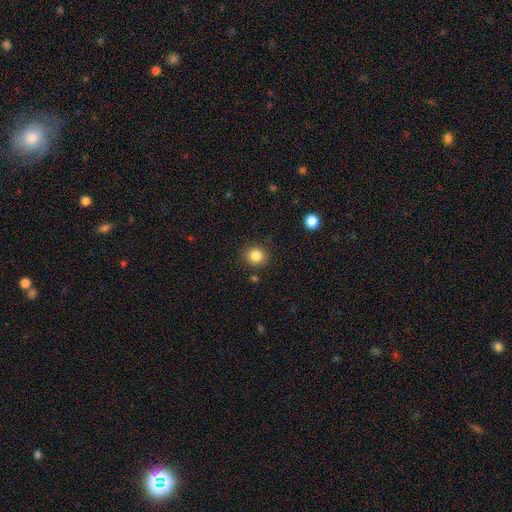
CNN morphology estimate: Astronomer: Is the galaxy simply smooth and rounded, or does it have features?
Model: smooth — 84%.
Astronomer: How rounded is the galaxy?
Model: round — 89%.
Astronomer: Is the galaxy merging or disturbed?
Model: none — 88%.